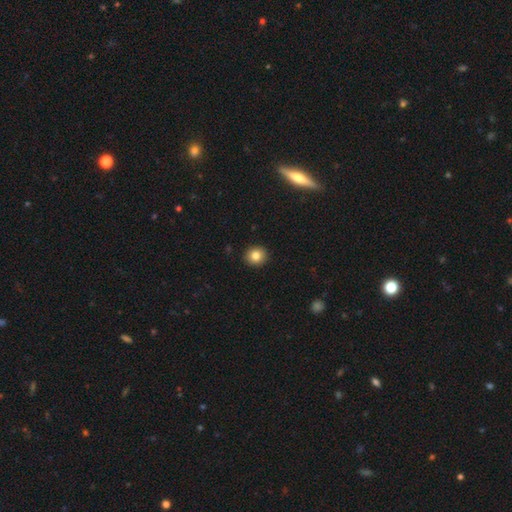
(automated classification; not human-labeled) Morphology: type=smooth (82%); roundness=round (88%); merging=none (92%).